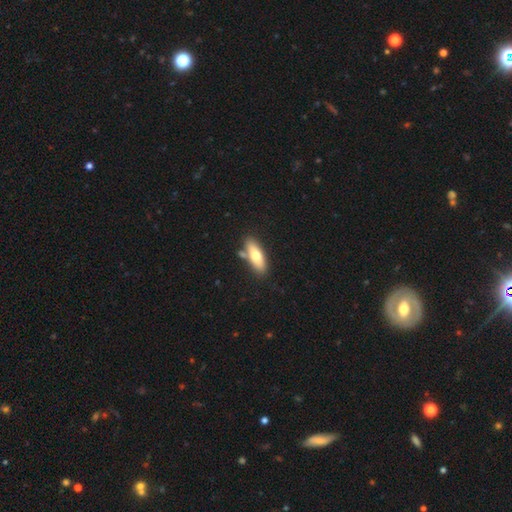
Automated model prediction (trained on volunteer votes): smooth-or-featured: smooth: 65% | featured or disk: 29% | star or artifact: 6%
  how-rounded: in between: 58% | cigar-shaped: 39% | round: 2%
  merging: none: 74% | minor disturbance: 13% | merger: 11% | major disturbance: 3%